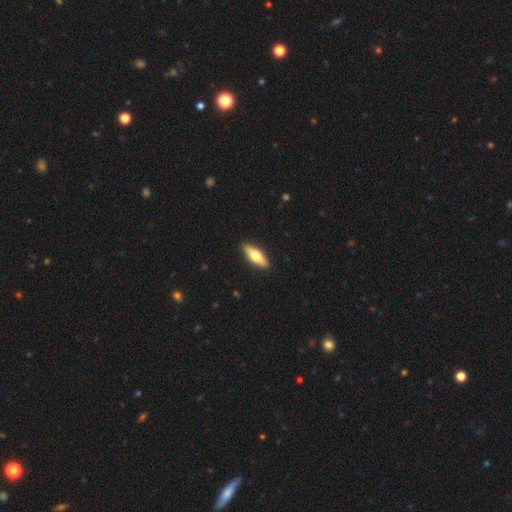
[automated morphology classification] This is possibly a smooth galaxy (56%). How rounded: possibly in between (55%). Merging: clearly none (91%).